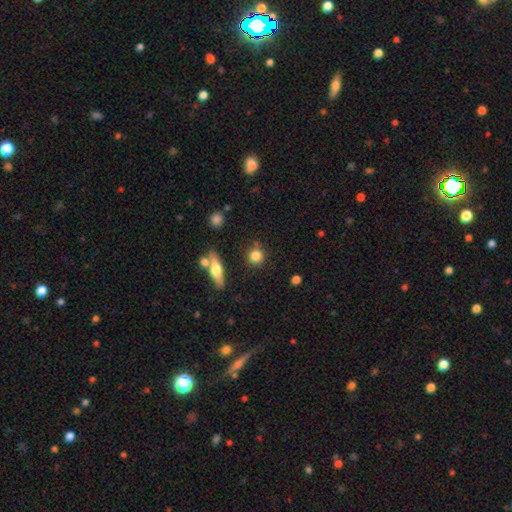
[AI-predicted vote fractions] This is clearly a smooth galaxy (81%). How rounded: clearly round (86%). Merging: likely none (78%).